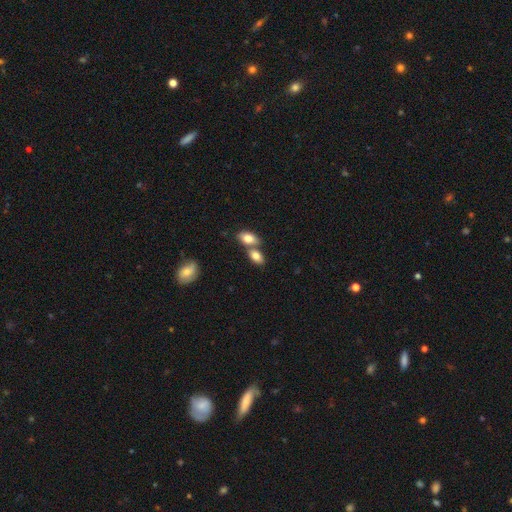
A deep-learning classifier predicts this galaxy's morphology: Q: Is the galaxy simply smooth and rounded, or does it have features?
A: smooth — 80%.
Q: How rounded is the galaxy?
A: in between — 89%.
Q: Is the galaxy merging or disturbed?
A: merger — 45%.